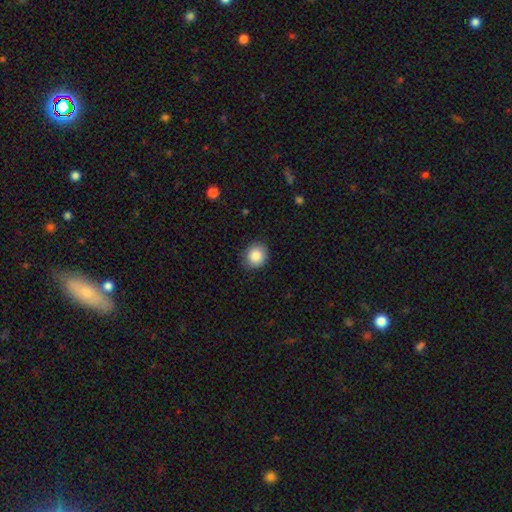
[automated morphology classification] Overall: smooth (86%). How rounded: round (78%). Merging: none (87%).